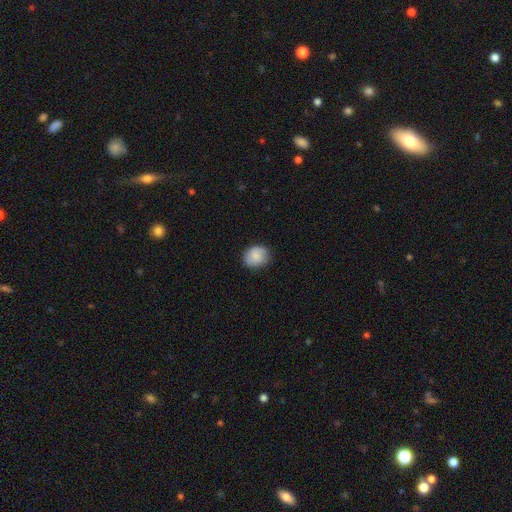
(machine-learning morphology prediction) Smooth or featured? Predicted: smooth (p=0.80). How rounded? Predicted: round (p=0.65). Merging? Predicted: none (p=0.83).